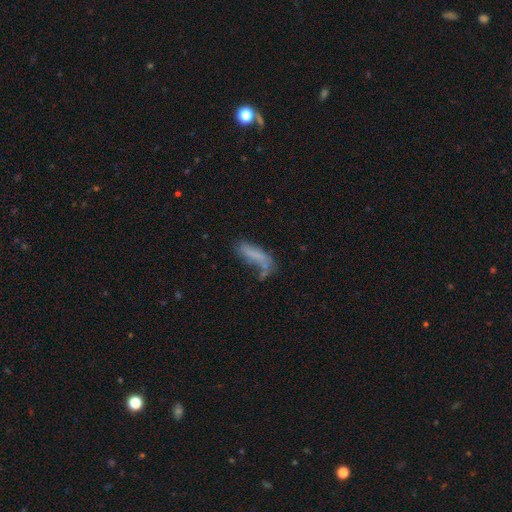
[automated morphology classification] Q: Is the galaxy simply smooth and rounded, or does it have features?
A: smooth — 63%.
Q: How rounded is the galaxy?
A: cigar-shaped — 57%.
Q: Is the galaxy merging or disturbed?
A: none — 34%.